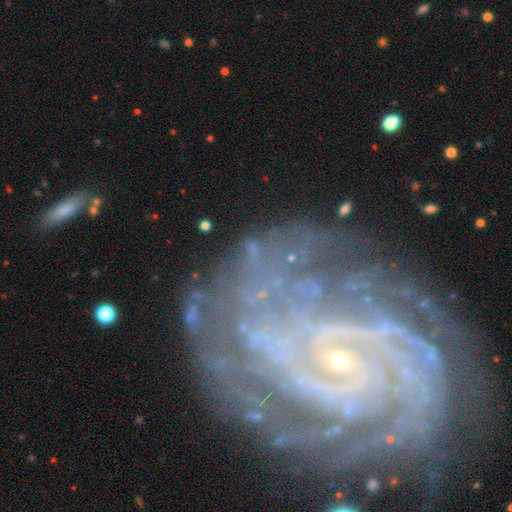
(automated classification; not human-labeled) Smooth or featured? featured or disk (66%)
Edge-on disk? no (94%)
Bar? no (54%)
Spiral arms? yes (76%)
Bulge size? small (55%)
Merging? none (62%)